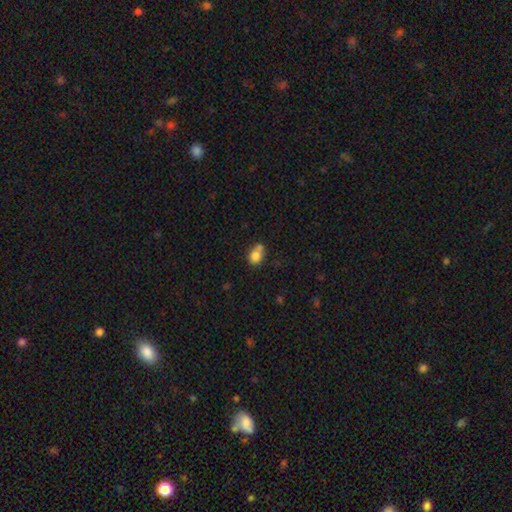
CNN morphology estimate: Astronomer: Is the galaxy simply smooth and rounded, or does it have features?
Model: smooth — 79%.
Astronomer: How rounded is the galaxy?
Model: round — 58% (runner-up: in between, 41%).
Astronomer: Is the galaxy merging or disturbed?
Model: none — 40% (runner-up: merger, 37%).